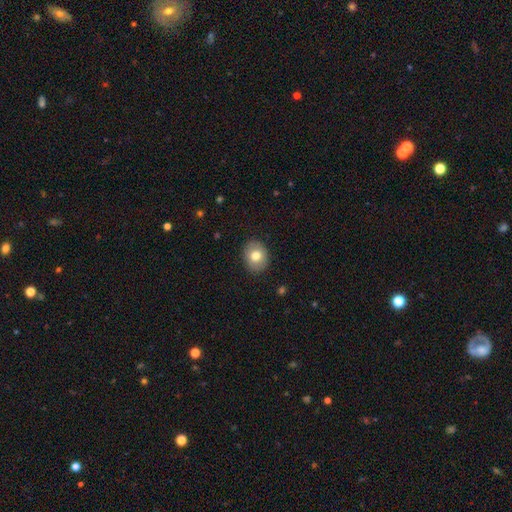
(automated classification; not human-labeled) smooth_or_featured: smooth (p=0.77) [alt: featured or disk p=0.15]
how_rounded: round (p=0.54) [alt: in between p=0.45]
merging: none (p=0.89) [alt: minor disturbance p=0.08]